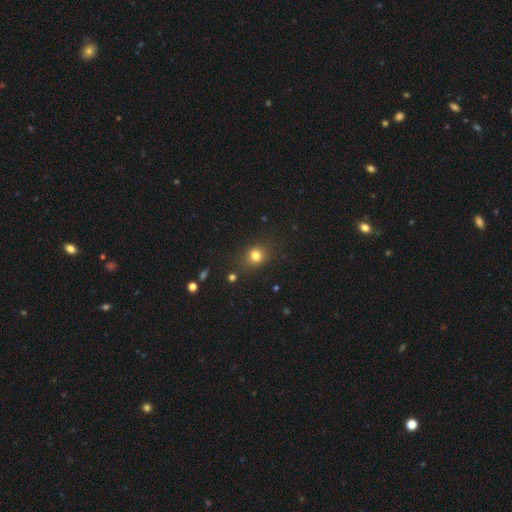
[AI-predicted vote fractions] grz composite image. It shows a smooth galaxy with no disk features (78%) that is round (69%). Merging: none (79%).